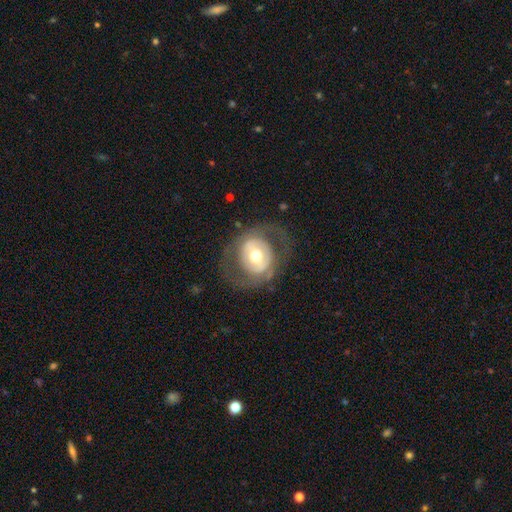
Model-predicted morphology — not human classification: Smooth or featured? Predicted: featured or disk (p=0.61). Edge-on disk? Predicted: no (p=0.95). Bar? Predicted: no (p=0.55). Spiral arms? Predicted: no (p=0.68). Bulge size? Predicted: moderate (p=0.69). Merging? Predicted: none (p=0.69).